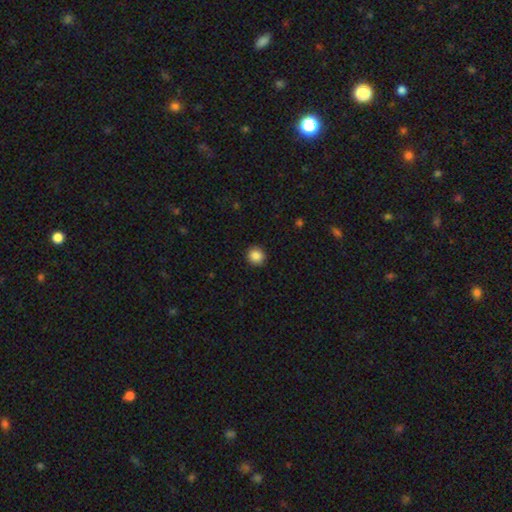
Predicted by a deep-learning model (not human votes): Q: Smooth or featured?
A: smooth (87%); runner-up: star or artifact (9%)
Q: How rounded?
A: round (88%); runner-up: in between (11%)
Q: Merging?
A: none (91%); runner-up: minor disturbance (6%)